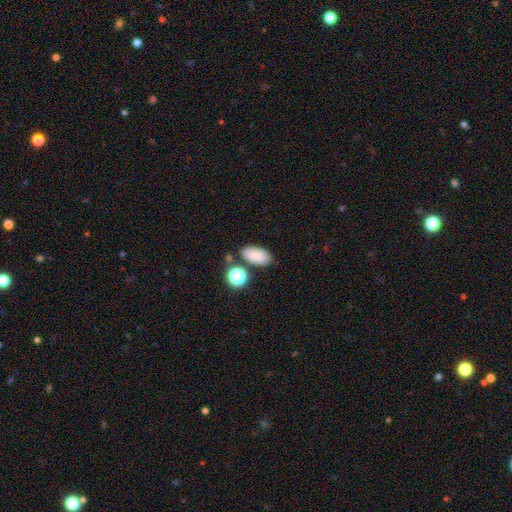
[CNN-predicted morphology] type=smooth (82%); roundness=in between (91%); merging=none (74%).